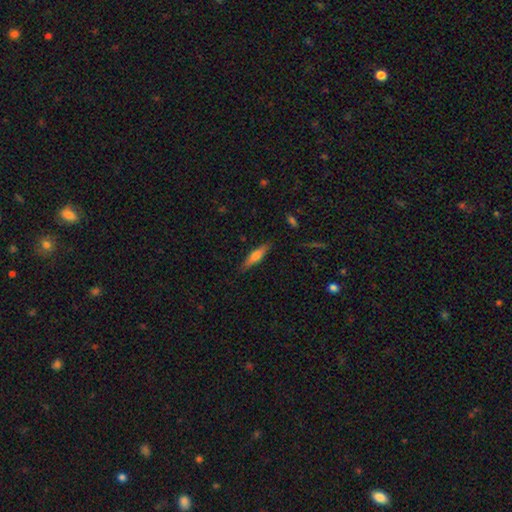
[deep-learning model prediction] This appears to be a smooth galaxy with no disk features (62%) that is cigar-shaped (70%). Merging: none (84%).